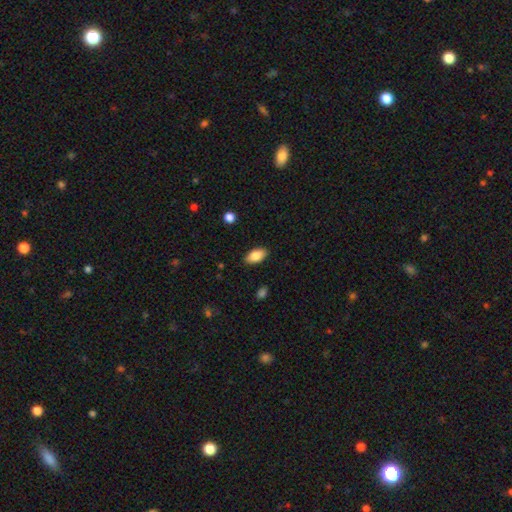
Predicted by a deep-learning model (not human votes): smooth_or_featured: smooth (p=0.85) [alt: featured or disk p=0.08]
how_rounded: in between (p=0.93) [alt: round p=0.04]
merging: none (p=0.88) [alt: minor disturbance p=0.09]